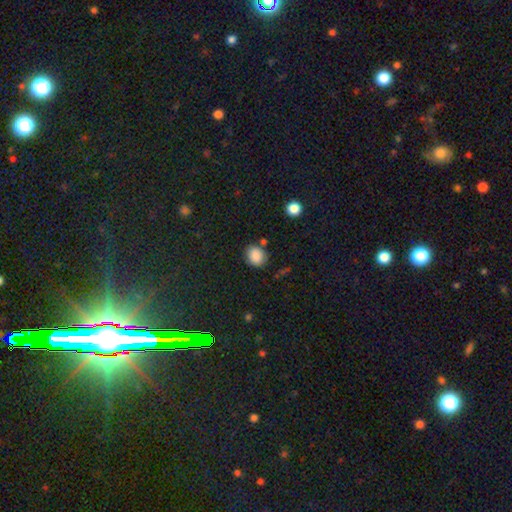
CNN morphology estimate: A smooth galaxy with no disk features (86%) that is round (61%).

Vote fractions:
- Smooth or featured? smooth: 86% / star or artifact: 9% / featured or disk: 5%
- How rounded? round: 61% / in between: 38% / cigar-shaped: 1%
- Merging? none: 79% / minor disturbance: 12% / merger: 5% / major disturbance: 3%